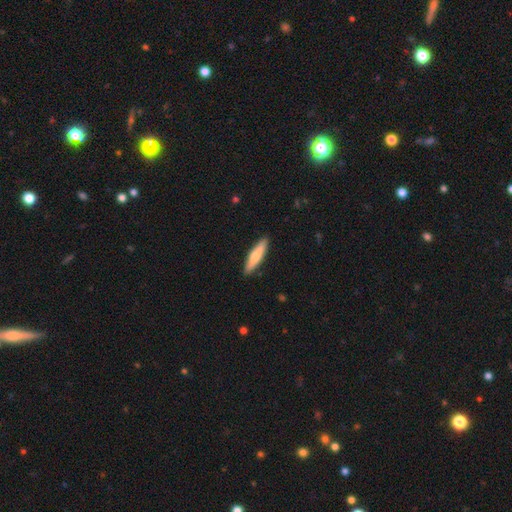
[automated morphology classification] type=smooth (66%); roundness=cigar-shaped (81%); merging=none (90%).